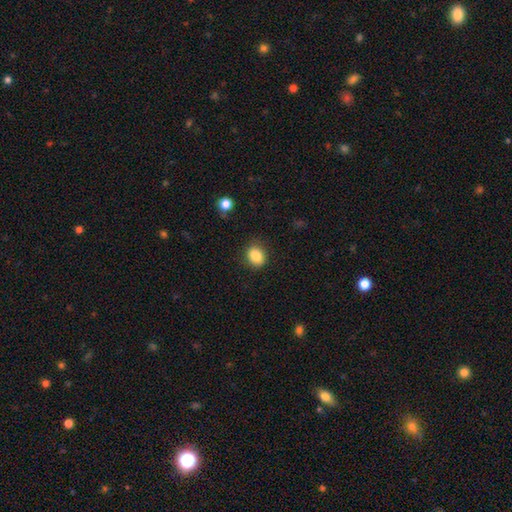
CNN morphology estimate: Overall: smooth (86%). How rounded: round (51%; in between 48%). Merging: none (84%).